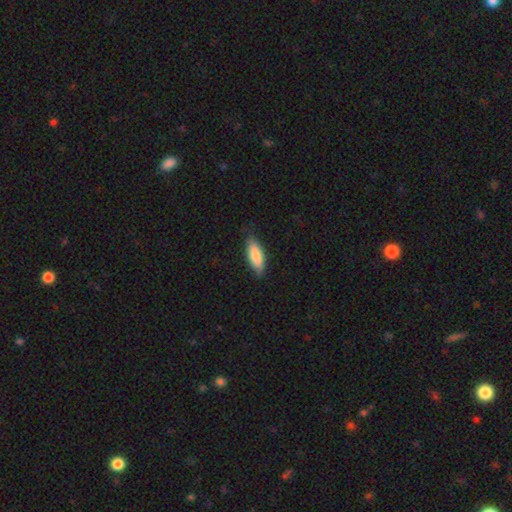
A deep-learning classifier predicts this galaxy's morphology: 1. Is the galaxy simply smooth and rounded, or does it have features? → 81% smooth, 13% featured or disk, 5% star or artifact.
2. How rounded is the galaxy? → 70% in between, 28% cigar-shaped, 2% round.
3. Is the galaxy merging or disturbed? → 77% none, 19% minor disturbance, 3% major disturbance, 1% merger.